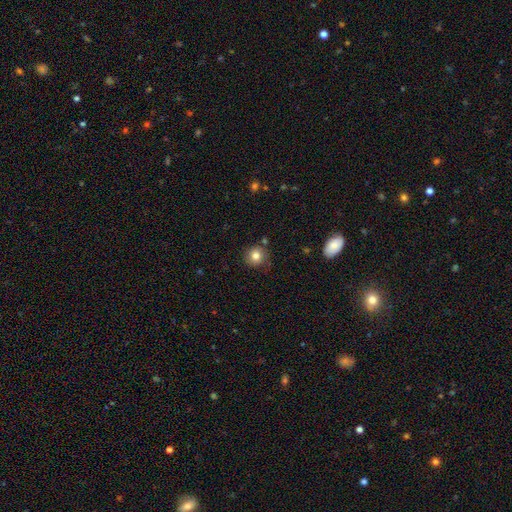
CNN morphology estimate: Smooth or featured? smooth (81%)
How rounded? round (90%)
Merging? none (78%)